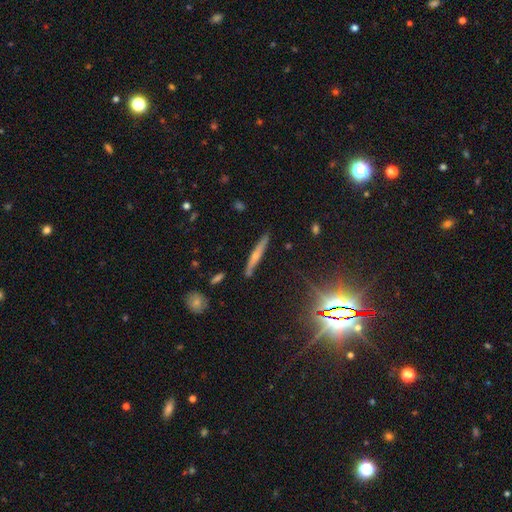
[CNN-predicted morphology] The model was most divided on "smooth or featured": featured or disk: 53%, smooth: 37%, star or artifact: 10%. More confident: edge-on disk — yes (95%); merging — none (85%).